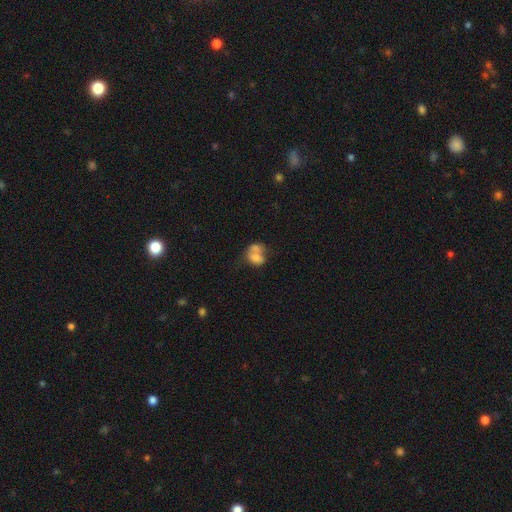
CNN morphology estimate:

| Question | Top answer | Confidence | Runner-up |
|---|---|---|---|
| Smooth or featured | smooth | 65% | featured or disk (26%) |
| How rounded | in between | 59% | round (40%) |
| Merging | merger | 62% | none (19%) |